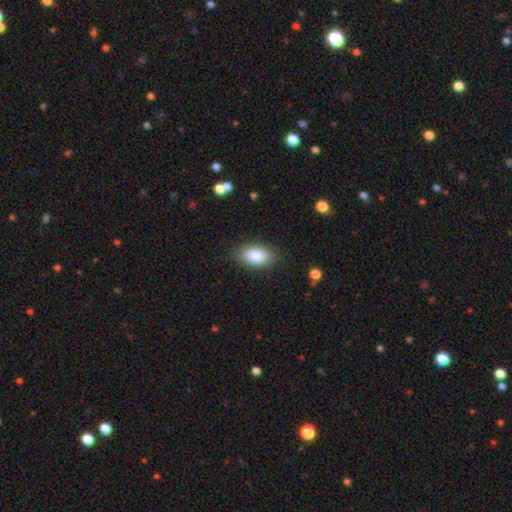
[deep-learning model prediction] Morphology: type=smooth (86%); roundness=in between (93%); merging=none (86%).